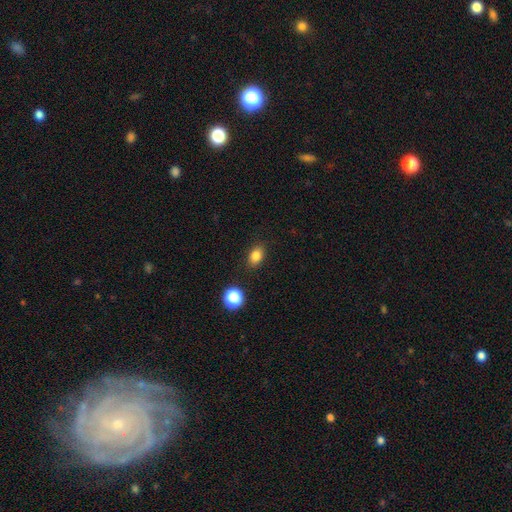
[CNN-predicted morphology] Overall: smooth (82%). How rounded: in between (73%). Merging: none (87%).